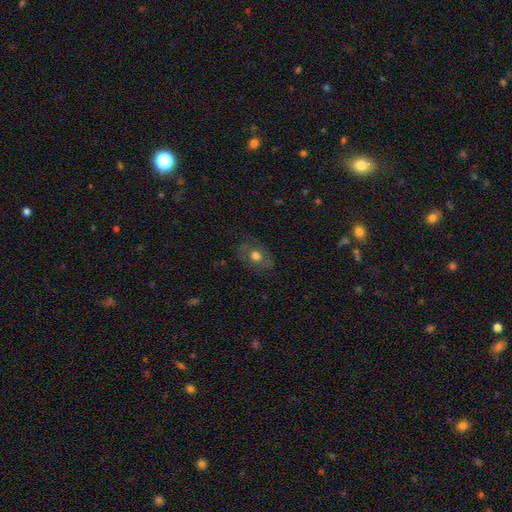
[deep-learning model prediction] The model was most divided on "smooth or featured": smooth: 61%, featured or disk: 28%, star or artifact: 11%. More confident: merging — none (76%); how rounded — in between (67%).